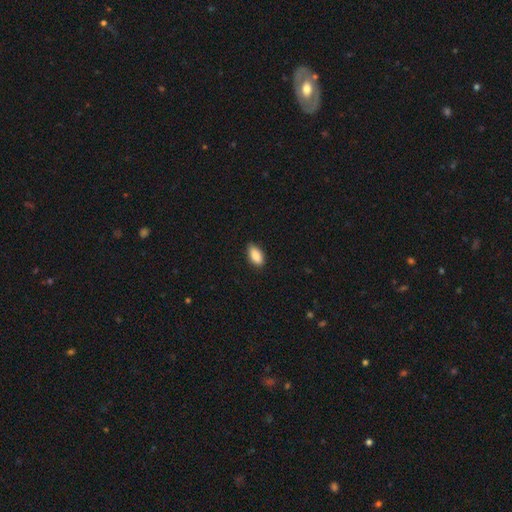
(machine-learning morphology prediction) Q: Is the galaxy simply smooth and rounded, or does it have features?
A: smooth — 89%.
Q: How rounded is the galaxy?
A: in between — 92%.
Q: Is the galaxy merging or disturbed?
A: none — 85%.